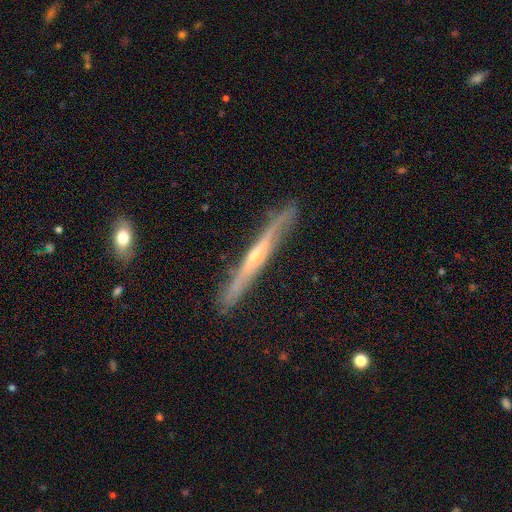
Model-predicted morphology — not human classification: featured or disk 76%, smooth 18%, star or artifact 6%. Down the decision tree: edge-on disk — yes (95%); edge-on bulge — rounded (69%); merging — none (86%).